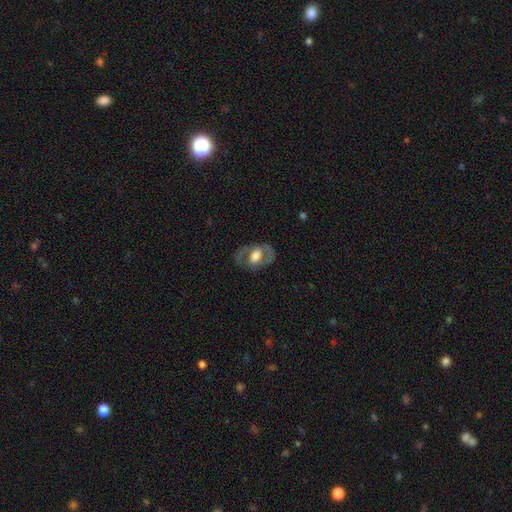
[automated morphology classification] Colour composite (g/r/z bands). It shows a featured or disk galaxy (57%) with no bar (66%), no spiral arms (62%) and a large central bulge (55%). Merging: none (71%).